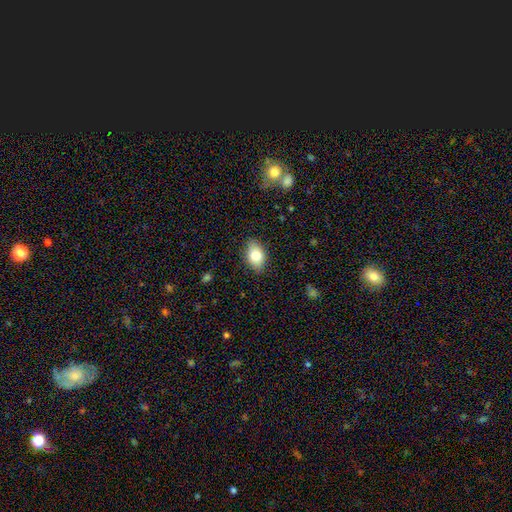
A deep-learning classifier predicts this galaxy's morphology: Q: Smooth or featured?
A: smooth (81%); runner-up: featured or disk (12%)
Q: How rounded?
A: in between (87%); runner-up: round (11%)
Q: Merging?
A: none (85%); runner-up: minor disturbance (11%)